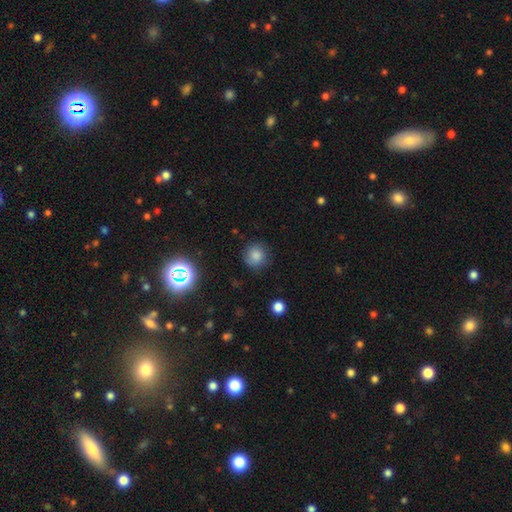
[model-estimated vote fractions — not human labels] smooth 79%, star or artifact 13%, featured or disk 8%. Down the decision tree: how rounded — round (90%); merging — none (81%).